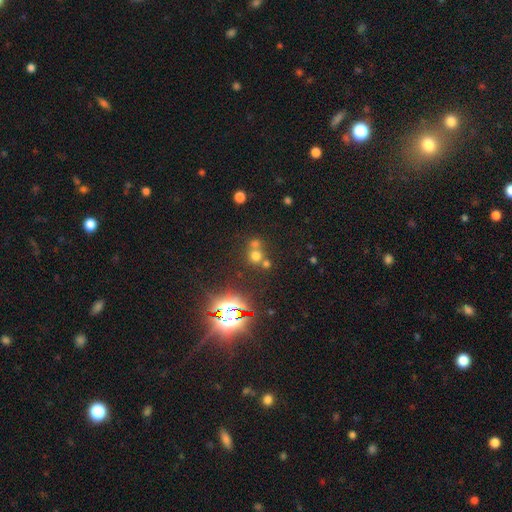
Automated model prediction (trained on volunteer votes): This appears to be a smooth galaxy with no disk features (53%) that is round (87%). Merging: none (52%).